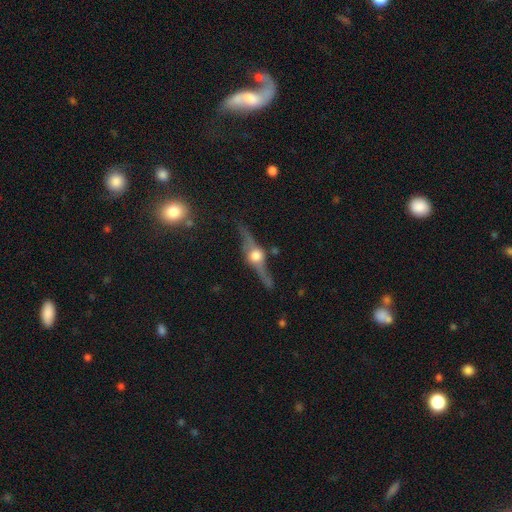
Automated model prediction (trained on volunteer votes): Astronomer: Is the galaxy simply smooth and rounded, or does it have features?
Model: featured or disk — 85%.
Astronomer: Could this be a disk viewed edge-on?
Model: yes — 94%.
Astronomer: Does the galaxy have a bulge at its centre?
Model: rounded — 95%.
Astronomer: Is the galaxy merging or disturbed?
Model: none — 78%.